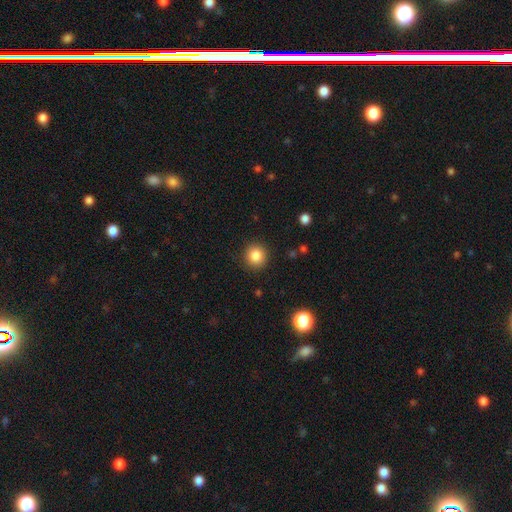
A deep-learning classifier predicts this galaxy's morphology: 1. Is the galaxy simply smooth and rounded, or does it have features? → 84% smooth, 11% star or artifact, 5% featured or disk.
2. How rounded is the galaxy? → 93% round, 6% in between, 1% cigar-shaped.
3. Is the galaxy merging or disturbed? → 91% none, 6% minor disturbance, 2% major disturbance, 1% merger.